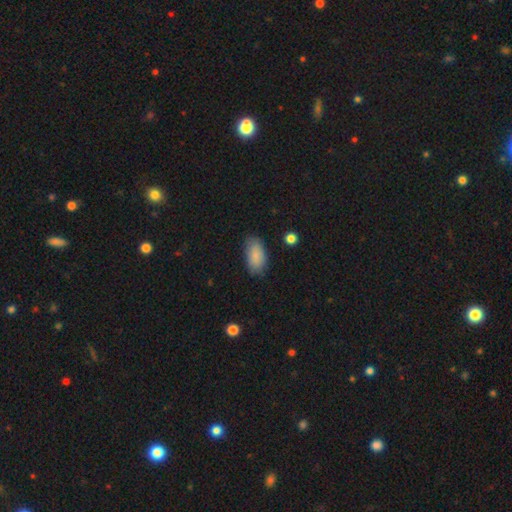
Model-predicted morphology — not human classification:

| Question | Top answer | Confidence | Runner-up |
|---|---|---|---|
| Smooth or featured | smooth | 86% | featured or disk (7%) |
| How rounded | in between | 92% | cigar-shaped (5%) |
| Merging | none | 79% | minor disturbance (16%) |